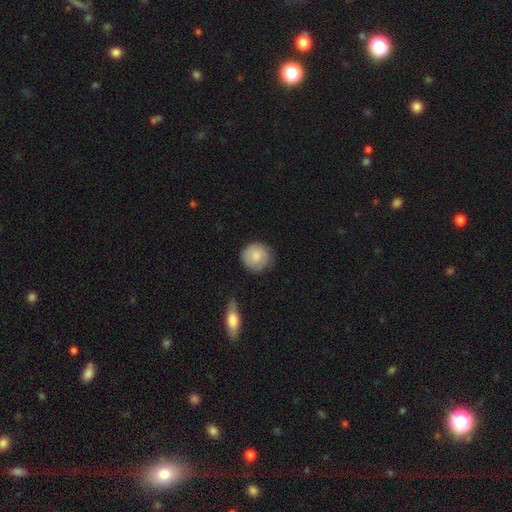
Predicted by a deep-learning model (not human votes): Smooth or featured? Predicted: smooth (p=0.77). How rounded? Predicted: round (p=0.91). Merging? Predicted: none (p=0.76).